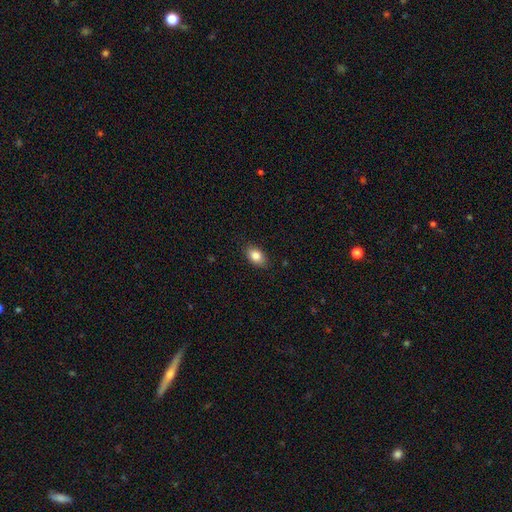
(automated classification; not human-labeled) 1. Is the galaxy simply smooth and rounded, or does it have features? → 85% smooth, 8% star or artifact, 8% featured or disk.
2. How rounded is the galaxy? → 87% in between, 11% round, 2% cigar-shaped.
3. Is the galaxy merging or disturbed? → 85% none, 11% minor disturbance, 2% major disturbance, 1% merger.